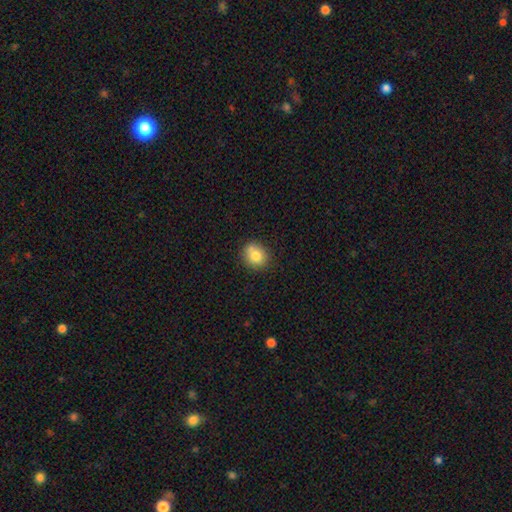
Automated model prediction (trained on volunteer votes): This is likely a smooth galaxy (78%). How rounded: likely round (77%). Merging: likely none (67%).